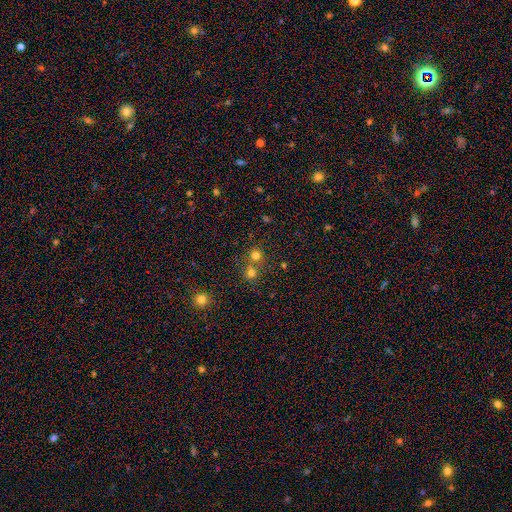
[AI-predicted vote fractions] Smooth or featured? Predicted: smooth (p=0.72). How rounded? Predicted: round (p=0.90). Merging? Predicted: none (p=0.58).